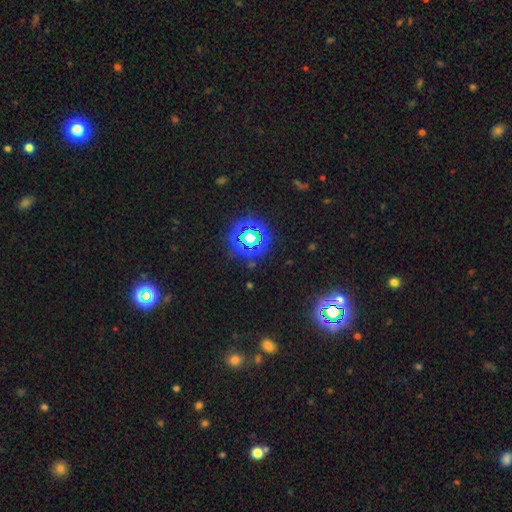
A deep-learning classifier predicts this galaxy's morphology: This is likely a star or artifact rather than a galaxy (68%).